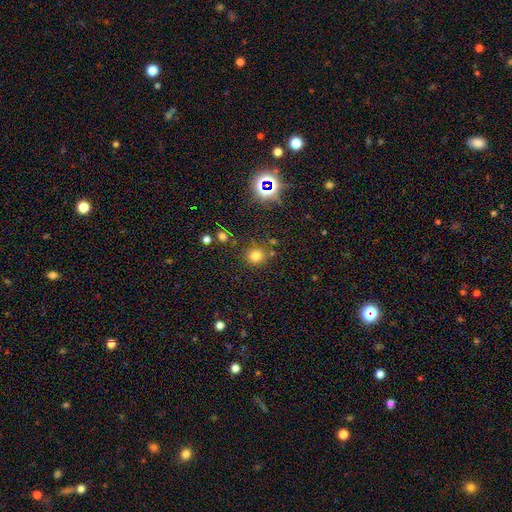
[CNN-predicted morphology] This is likely a smooth galaxy (73%). How rounded: clearly round (86%). Merging: likely none (79%).